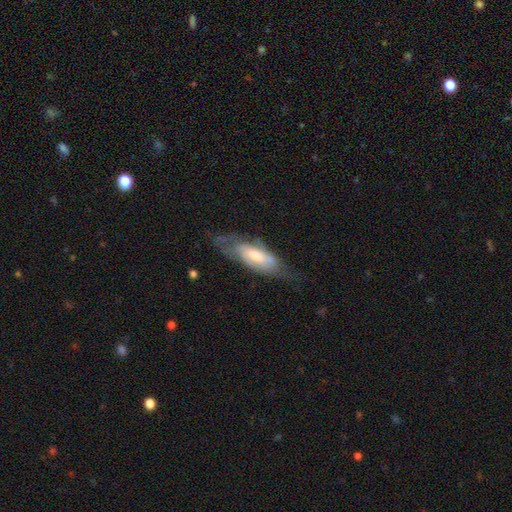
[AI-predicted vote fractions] Q: Smooth or featured?
A: featured or disk (57%); runner-up: smooth (37%)
Q: Edge-on disk?
A: no (77%); runner-up: yes (23%)
Q: Merging?
A: none (51%); runner-up: minor disturbance (28%)